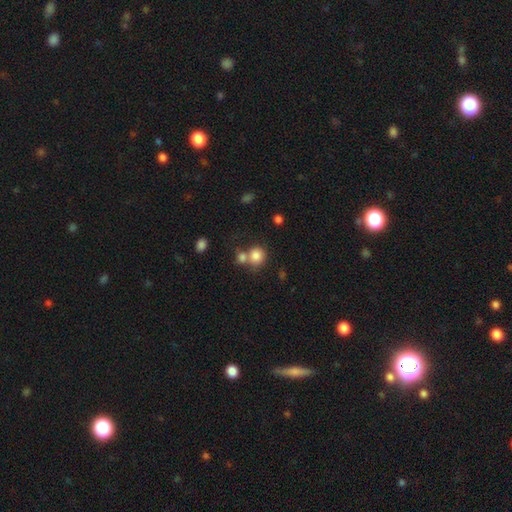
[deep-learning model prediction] A smooth galaxy with no disk features (82%) that is round (80%). Merging: none (45%).